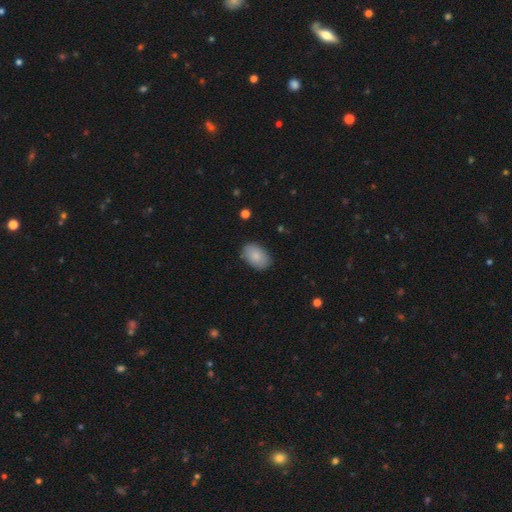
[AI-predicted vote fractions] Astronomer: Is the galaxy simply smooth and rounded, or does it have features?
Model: smooth — 86%.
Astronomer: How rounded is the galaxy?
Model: in between — 90%.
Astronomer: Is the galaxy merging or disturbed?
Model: none — 85%.